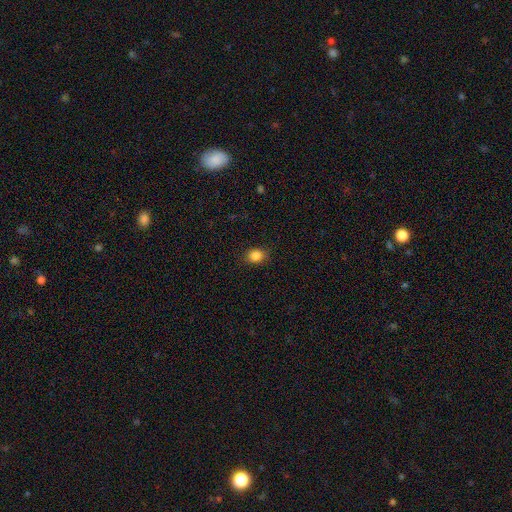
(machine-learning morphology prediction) type=smooth (85%); roundness=round (57%); merging=none (87%).